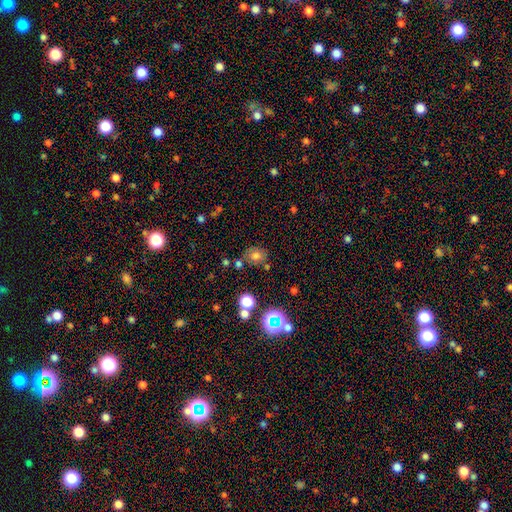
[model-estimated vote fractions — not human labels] The model was most divided on "how rounded": round: 65%, in between: 34%, cigar-shaped: 1%. More confident: merging — none (71%); smooth or featured — smooth (70%).